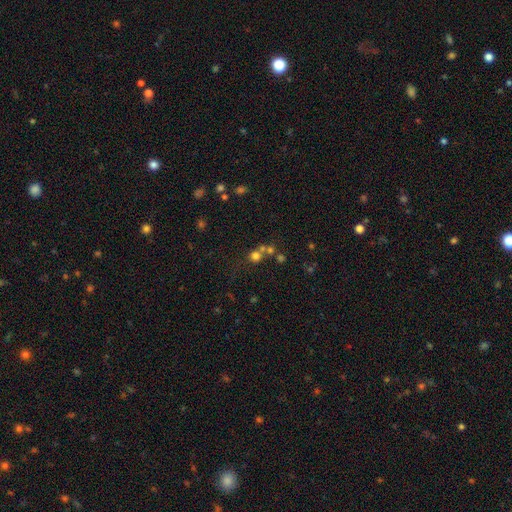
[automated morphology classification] Q: Smooth or featured?
A: smooth (65%); runner-up: star or artifact (23%)
Q: How rounded?
A: round (88%); runner-up: in between (11%)
Q: Merging?
A: none (54%); runner-up: merger (35%)